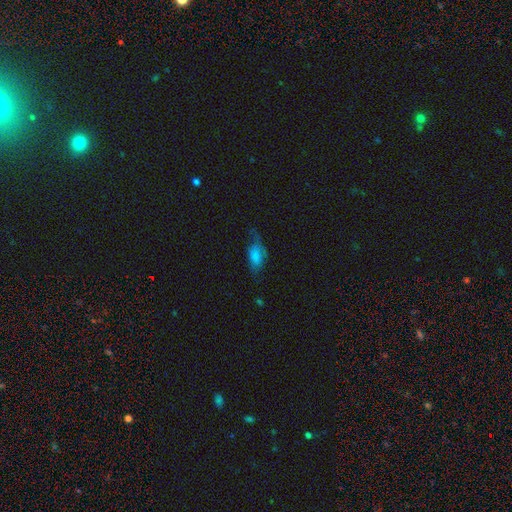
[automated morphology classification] smooth-or-featured: smooth: 71% | featured or disk: 19% | star or artifact: 10%
  how-rounded: in between: 89% | cigar-shaped: 6% | round: 5%
  merging: none: 37% | minor disturbance: 33% | major disturbance: 28% | merger: 3%